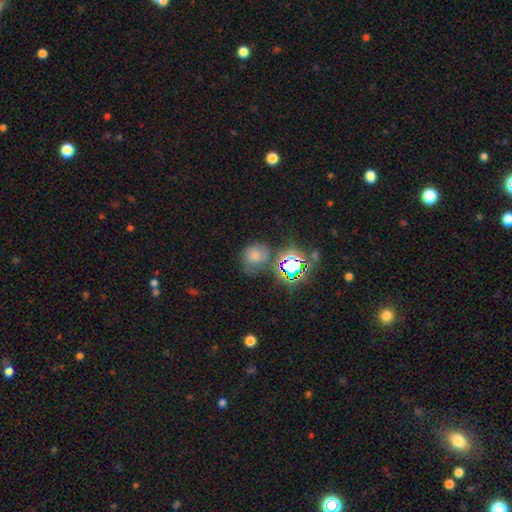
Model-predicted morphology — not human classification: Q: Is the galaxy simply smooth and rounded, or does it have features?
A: smooth — 58%.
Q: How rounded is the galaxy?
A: round — 69%.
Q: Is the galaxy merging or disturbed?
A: none — 54%.